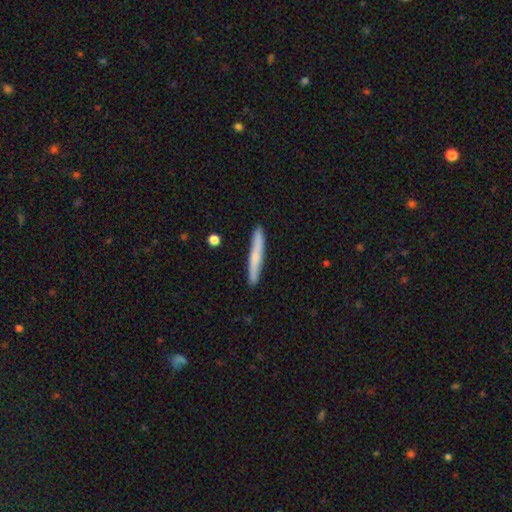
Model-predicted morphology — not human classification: smooth_or_featured: smooth (p=0.60) [alt: featured or disk p=0.34]
how_rounded: cigar-shaped (p=0.96) [alt: in between p=0.03]
merging: none (p=0.90) [alt: minor disturbance p=0.08]